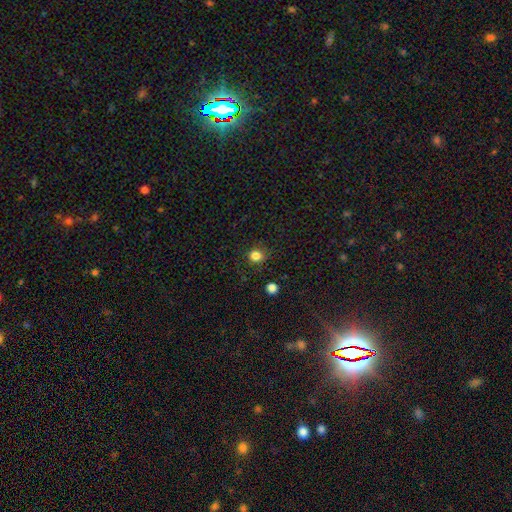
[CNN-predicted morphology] smooth_or_featured: smooth (p=0.82) [alt: star or artifact p=0.13]
how_rounded: round (p=0.83) [alt: in between p=0.16]
merging: none (p=0.85) [alt: minor disturbance p=0.10]